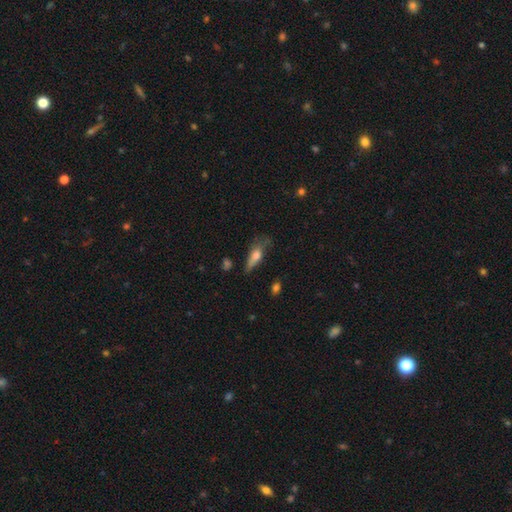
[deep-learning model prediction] Smooth or featured: smooth — 66% (featured or disk — 25%)
How rounded: in between — 61% (cigar-shaped — 35%)
Merging: none — 37% (minor disturbance — 34%)